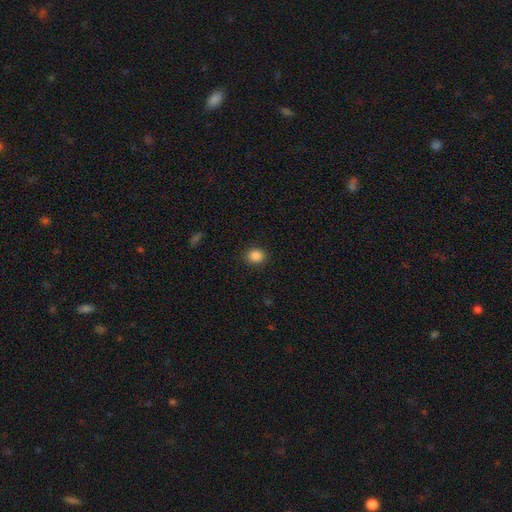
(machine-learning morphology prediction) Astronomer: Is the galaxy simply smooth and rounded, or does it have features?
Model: smooth — 86%.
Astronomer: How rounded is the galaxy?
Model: round — 69%.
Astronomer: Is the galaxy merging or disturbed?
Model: none — 90%.